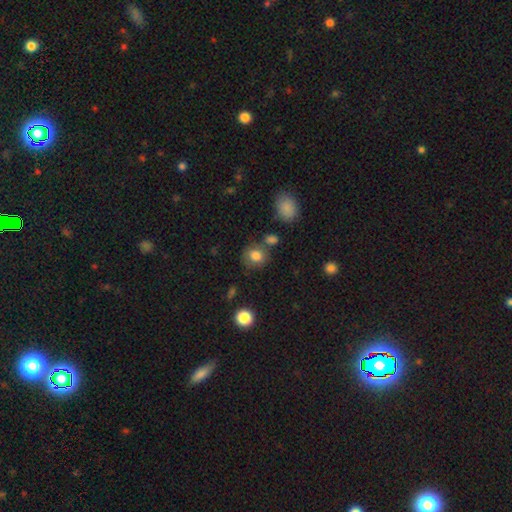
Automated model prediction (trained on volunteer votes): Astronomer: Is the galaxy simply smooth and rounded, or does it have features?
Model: smooth — 81%.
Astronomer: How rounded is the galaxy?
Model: round — 77%.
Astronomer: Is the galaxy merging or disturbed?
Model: none — 71%.